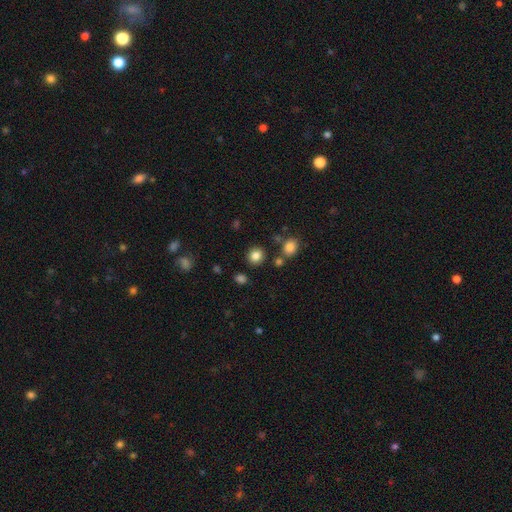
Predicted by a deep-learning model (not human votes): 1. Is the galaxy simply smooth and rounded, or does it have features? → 84% smooth, 11% star or artifact, 5% featured or disk.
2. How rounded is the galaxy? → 86% round, 13% in between, 1% cigar-shaped.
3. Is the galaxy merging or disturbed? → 84% none, 8% minor disturbance, 5% merger, 3% major disturbance.